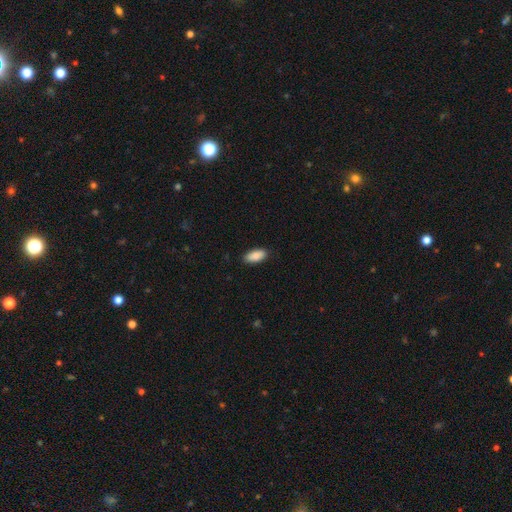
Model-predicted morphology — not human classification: smooth_or_featured: smooth (p=0.90) [alt: star or artifact p=0.06]
how_rounded: in between (p=0.89) [alt: cigar-shaped p=0.09]
merging: none (p=0.87) [alt: minor disturbance p=0.10]